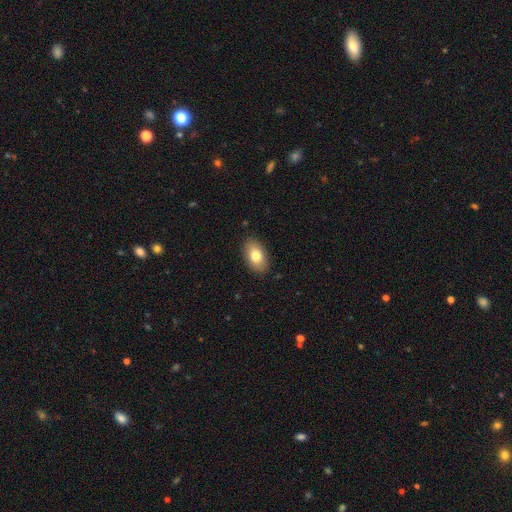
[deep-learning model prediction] smooth-or-featured: smooth: 79% | featured or disk: 14% | star or artifact: 7%
  how-rounded: in between: 92% | round: 6% | cigar-shaped: 2%
  merging: none: 88% | minor disturbance: 9% | major disturbance: 2% | merger: 1%